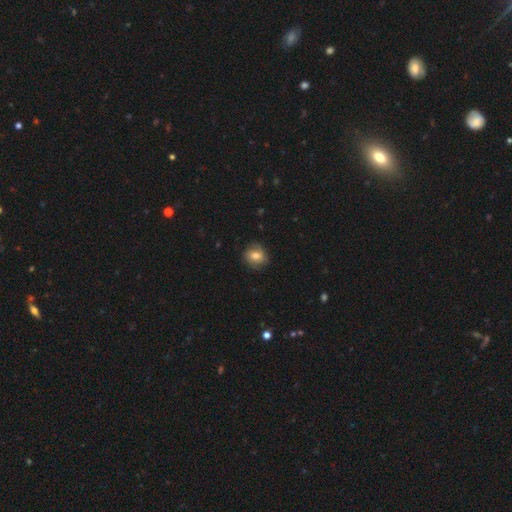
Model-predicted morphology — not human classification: A smooth galaxy with no disk features (63%) that is round (77%). Merging: none (78%).